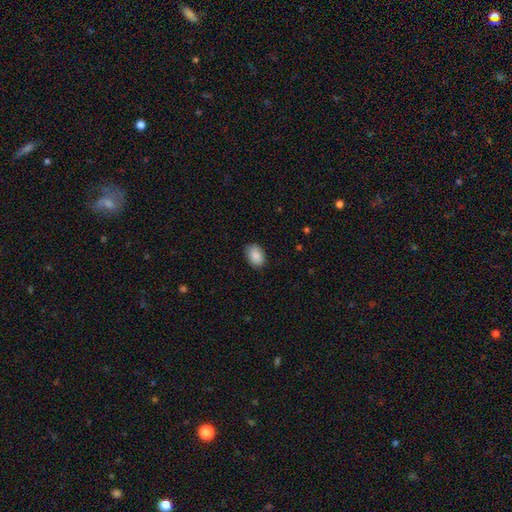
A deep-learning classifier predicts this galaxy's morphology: Smooth or featured? smooth (89%)
How rounded? in between (84%)
Merging? none (85%)